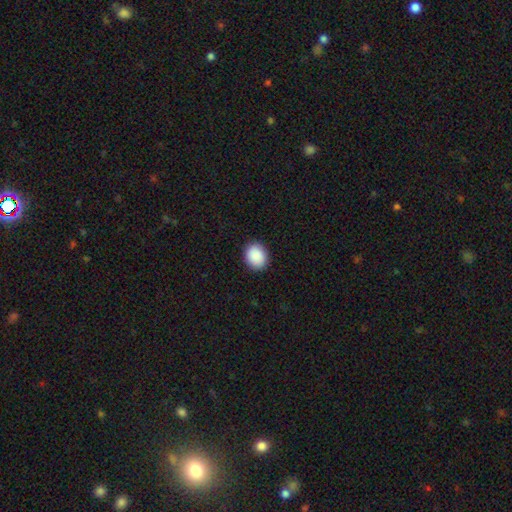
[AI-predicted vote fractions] smooth_or_featured: smooth (p=0.90) [alt: star or artifact p=0.07]
how_rounded: round (p=0.56) [alt: in between p=0.43]
merging: none (p=0.89) [alt: minor disturbance p=0.08]